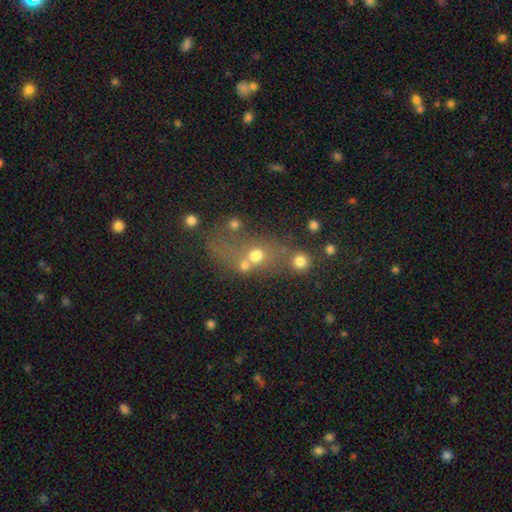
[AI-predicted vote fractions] Morphology: type=smooth (62%); roundness=round (57%); merging=none (40%).